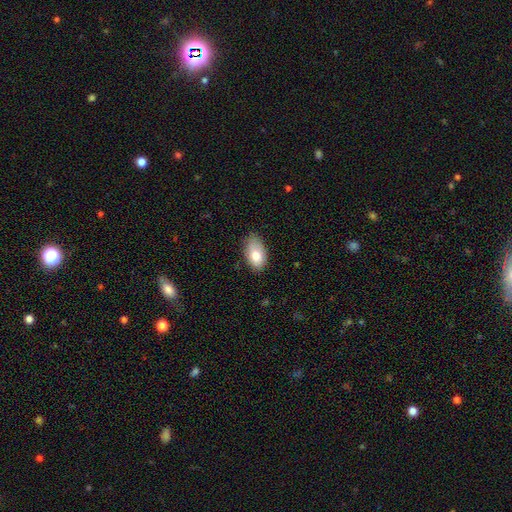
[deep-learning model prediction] Overall: smooth (80%). How rounded: in between (93%). Merging: none (68%).